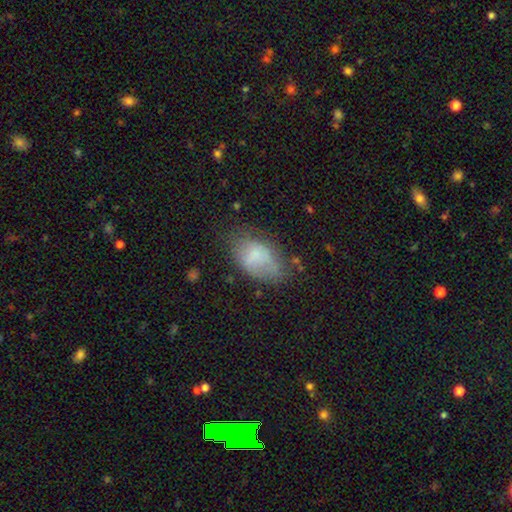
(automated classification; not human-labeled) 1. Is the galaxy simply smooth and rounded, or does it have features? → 68% smooth, 22% featured or disk, 9% star or artifact.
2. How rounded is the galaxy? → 90% in between, 8% round, 2% cigar-shaped.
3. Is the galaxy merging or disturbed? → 47% none, 33% minor disturbance, 16% major disturbance, 4% merger.